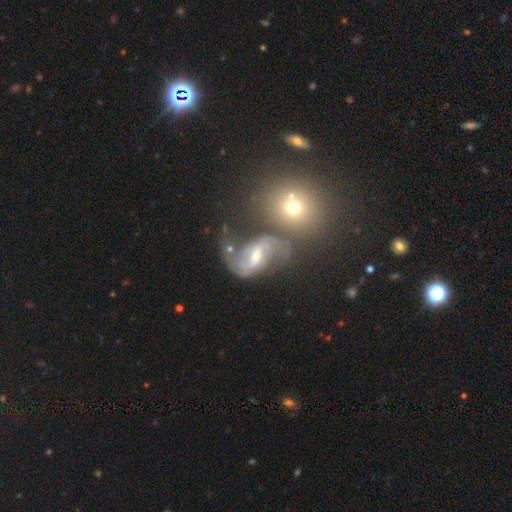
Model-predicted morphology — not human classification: A featured or disk galaxy (81%) with a weak bar (47%), 2 (86%) loose (46%) spiral arms (91%) and a moderate central bulge (52%).

Vote fractions:
- Smooth or featured? featured or disk: 81% / smooth: 10% / star or artifact: 9%
- Edge-on disk? no: 97% / yes: 3%
- Bar? weak: 47% / strong: 38% / no: 16%
- Spiral arms? yes: 91% / no: 9%
- Spiral winding? loose: 46% / medium: 41% / tight: 13%
- Spiral arm count? 2: 86% / can't tell: 6% / 1: 3% / 3: 2% / 4: 1% / more than 4: 1%
- Bulge size? moderate: 52% / small: 36% / large: 6% / none: 5% / dominant: 2%
- Merging? none: 42% / merger: 23% / major disturbance: 18% / minor disturbance: 17%